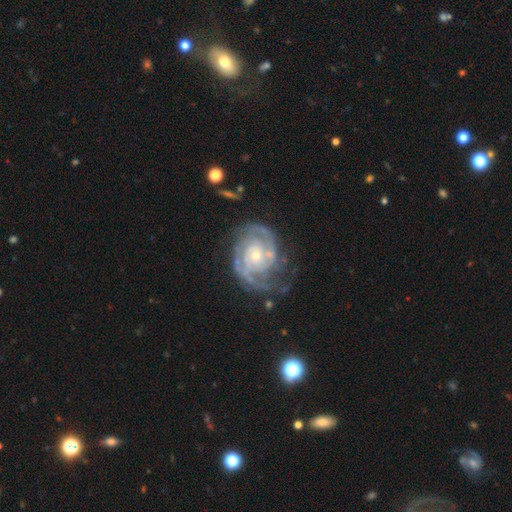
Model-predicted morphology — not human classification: featured or disk 90%, smooth 6%, star or artifact 5%. Down the decision tree: edge-on disk — no (98%); bar — no (73%); spiral arms — yes (96%); spiral arm count — 2 (55%); spiral winding — tight (63%); bulge size — small (67%); merging — none (61%).